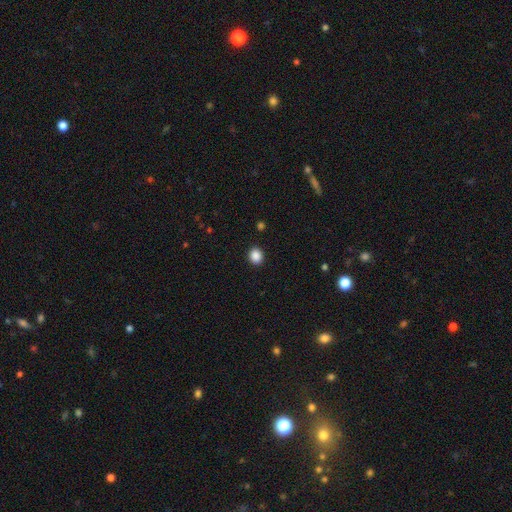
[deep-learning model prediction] A smooth galaxy with no disk features (88%) that is round (74%).

Vote fractions:
- Smooth or featured? smooth: 88% / star or artifact: 10% / featured or disk: 3%
- How rounded? round: 74% / in between: 25% / cigar-shaped: 1%
- Merging? none: 92% / minor disturbance: 5% / major disturbance: 2% / merger: 1%